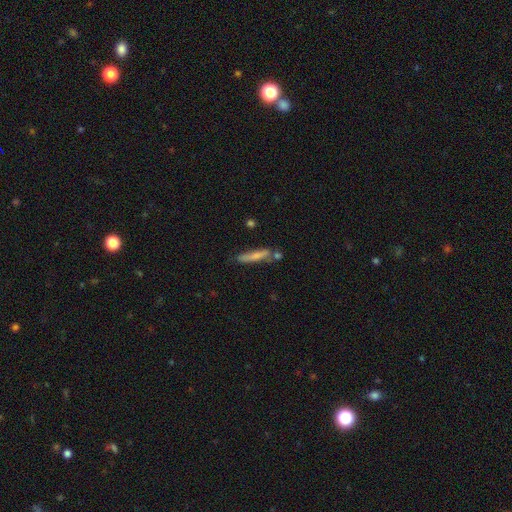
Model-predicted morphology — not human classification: Smooth or featured?
  - smooth: 68% *
  - featured or disk: 25%
  - star or artifact: 7%
How rounded?
  - cigar-shaped: 90% *
  - in between: 8%
  - round: 2%
Merging?
  - none: 64% *
  - minor disturbance: 19%
  - merger: 12%
  - major disturbance: 5%